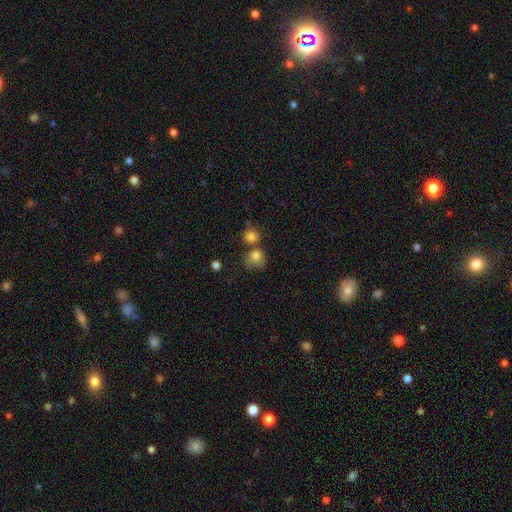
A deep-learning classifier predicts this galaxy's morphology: This is likely a smooth galaxy (78%). How rounded: likely round (73%). Merging: marginally none (40%).